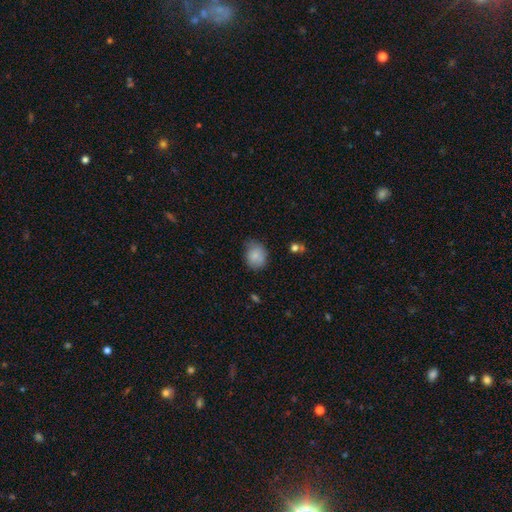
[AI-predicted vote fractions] The model was most divided on "how rounded": round: 63%, in between: 36%, cigar-shaped: 1%. More confident: smooth or featured — smooth (83%); merging — none (65%).